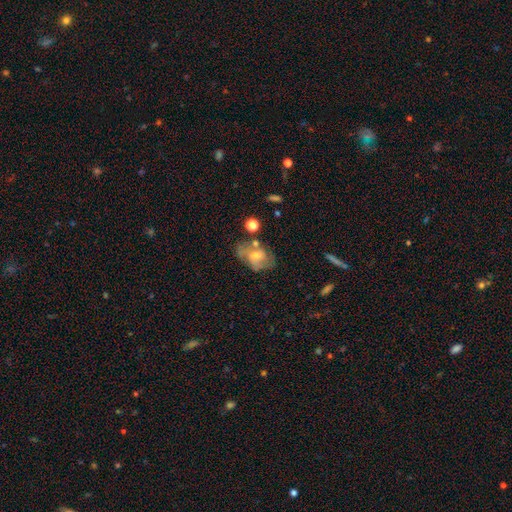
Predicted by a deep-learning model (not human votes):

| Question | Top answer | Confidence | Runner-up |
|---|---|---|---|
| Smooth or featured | featured or disk | 50% | smooth (39%) |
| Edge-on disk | no | 94% | yes (6%) |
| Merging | none | 51% | minor disturbance (24%) |